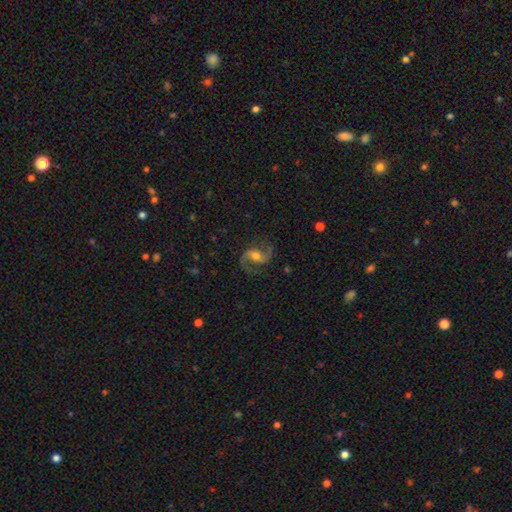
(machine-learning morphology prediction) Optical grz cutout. It shows a featured or disk galaxy (86%) with a weak bar (42%), 2 (93%) loose (49%) spiral arms (97%) and a moderate central bulge (65%). Merging: none (79%).